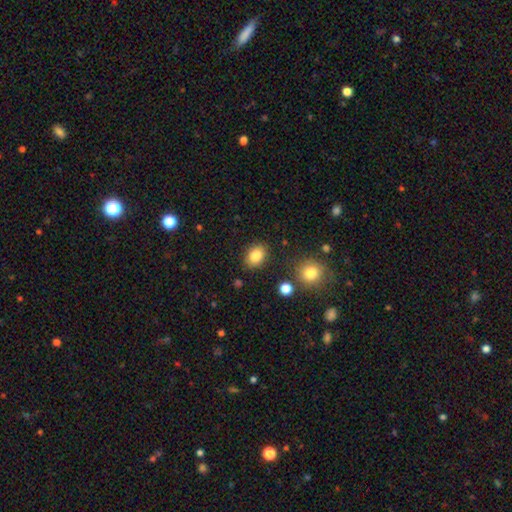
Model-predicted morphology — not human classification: smooth_or_featured: smooth (p=0.84) [alt: star or artifact p=0.09]
how_rounded: in between (p=0.70) [alt: round p=0.29]
merging: none (p=0.84) [alt: minor disturbance p=0.10]